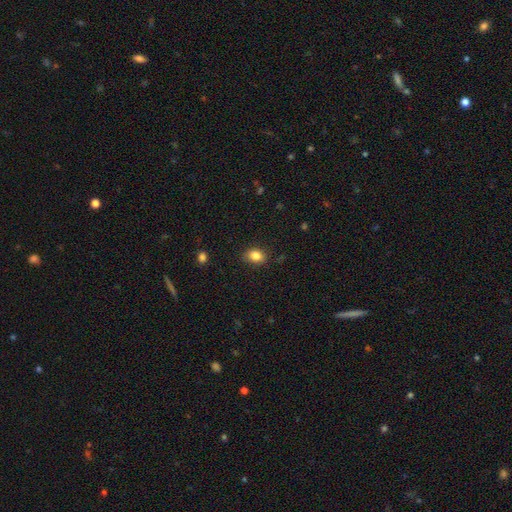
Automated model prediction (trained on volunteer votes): A smooth galaxy with no disk features (84%) that is in between round and cigar-shaped (69%). Merging: none (83%).